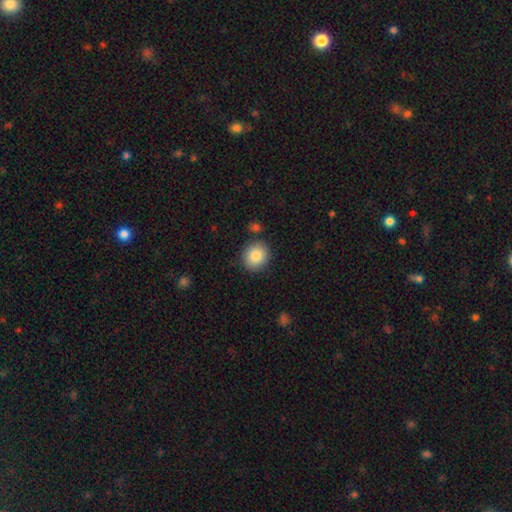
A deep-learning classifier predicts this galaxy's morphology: This appears to be a smooth galaxy with no disk features (85%) that is round (79%). Merging: none (86%).